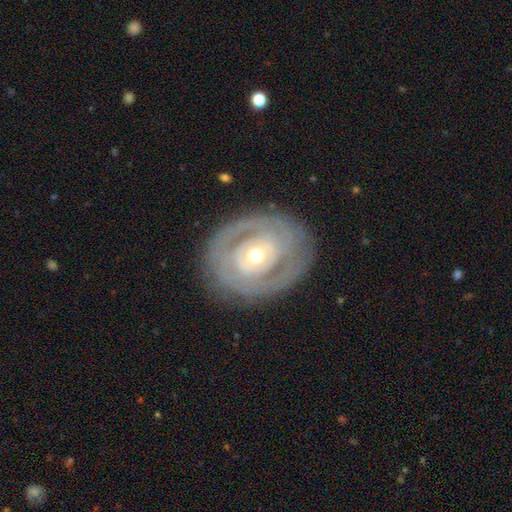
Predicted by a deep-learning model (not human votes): Smooth or featured? featured or disk (81%)
Edge-on disk? no (96%)
Bar? no (60%)
Spiral arms? yes (75%)
Spiral winding? tight (73%)
Spiral arm count? 2 (40%)
Bulge size? moderate (64%)
Merging? none (80%)